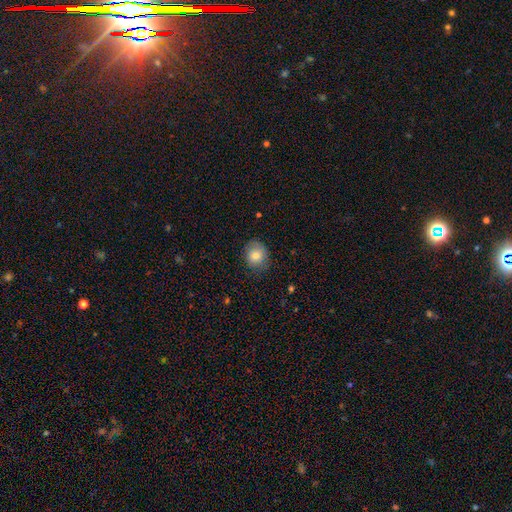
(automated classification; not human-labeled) Smooth or featured: smooth — 76% (featured or disk — 15%)
How rounded: round — 71% (in between — 28%)
Merging: none — 77% (minor disturbance — 18%)